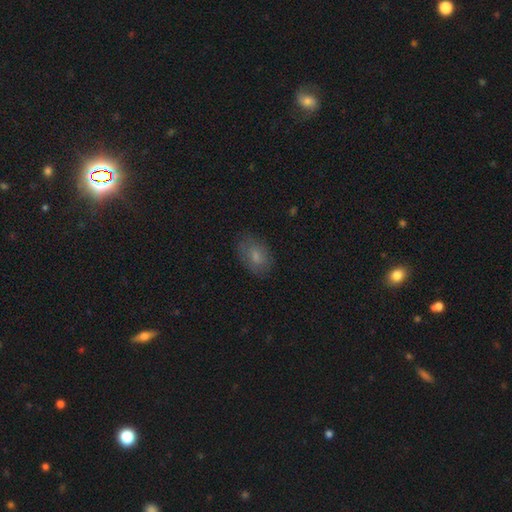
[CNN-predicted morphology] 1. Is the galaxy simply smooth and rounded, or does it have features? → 73% smooth, 17% featured or disk, 10% star or artifact.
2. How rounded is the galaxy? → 85% in between, 13% round, 2% cigar-shaped.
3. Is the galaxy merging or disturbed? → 74% none, 19% minor disturbance, 6% major disturbance, 1% merger.